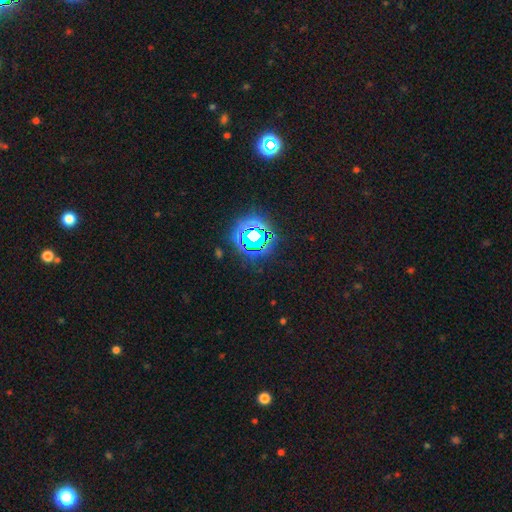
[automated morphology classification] A star or artifact, not a galaxy (82%).